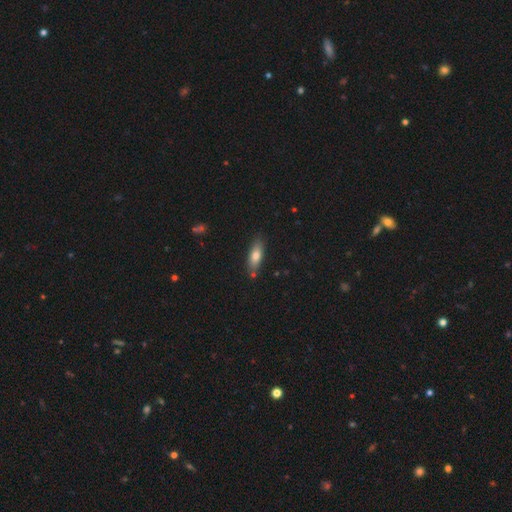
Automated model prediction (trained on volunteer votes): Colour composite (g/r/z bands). It shows a smooth galaxy with no disk features (75%) that is in between round and cigar-shaped (68%). Merging: none (79%).